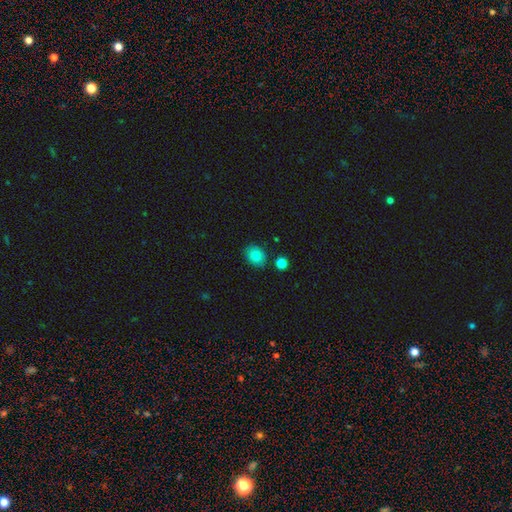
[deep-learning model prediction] Morphology: type=smooth (84%); roundness=in between (59%); merging=none (83%).